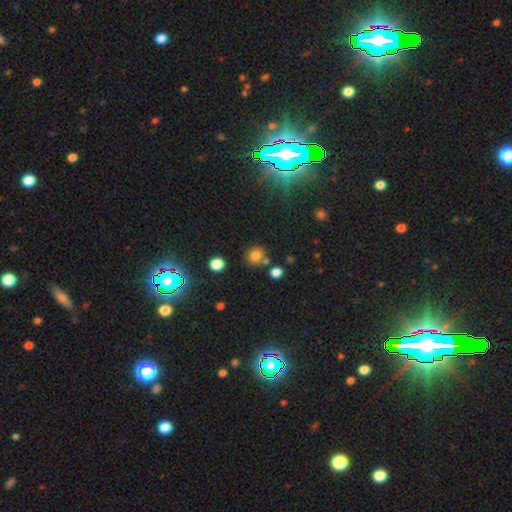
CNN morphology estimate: smooth_or_featured: smooth (p=0.78) [alt: star or artifact p=0.16]
how_rounded: round (p=0.89) [alt: in between p=0.10]
merging: none (p=0.75) [alt: merger p=0.13]